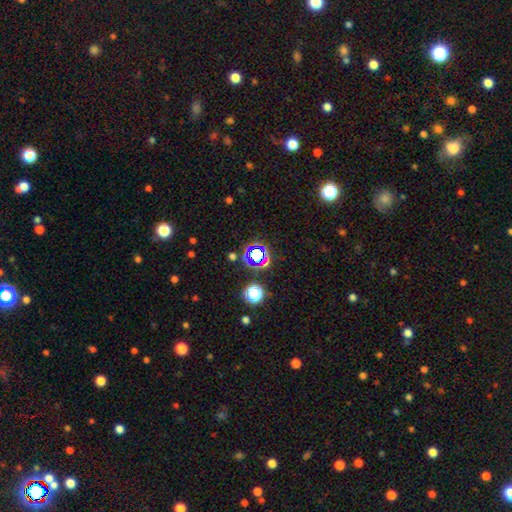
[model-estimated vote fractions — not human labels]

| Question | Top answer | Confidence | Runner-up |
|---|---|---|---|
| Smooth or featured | star or artifact | 64% | smooth (26%) |